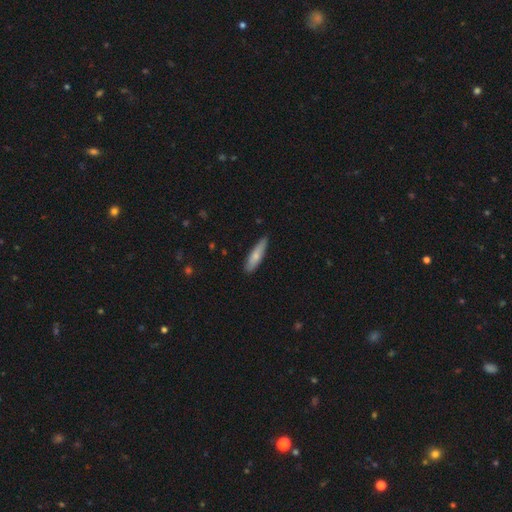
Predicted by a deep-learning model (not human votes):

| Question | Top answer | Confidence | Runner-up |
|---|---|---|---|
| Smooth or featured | smooth | 71% | featured or disk (23%) |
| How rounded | cigar-shaped | 74% | in between (25%) |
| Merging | none | 85% | minor disturbance (12%) |